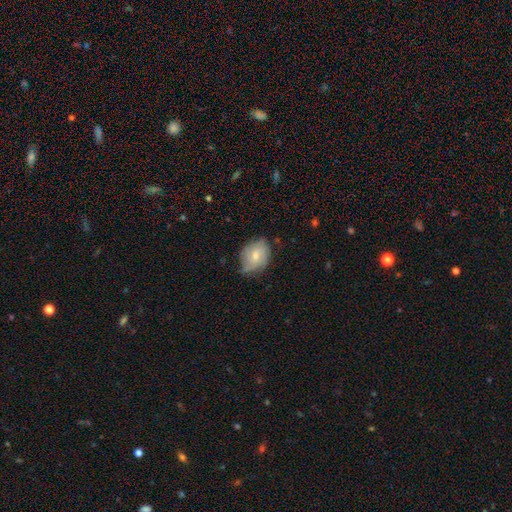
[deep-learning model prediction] The model was most divided on "merging": none: 54%, minor disturbance: 36%, major disturbance: 9%, merger: 2%. More confident: how rounded — in between (59%); smooth or featured — smooth (57%).